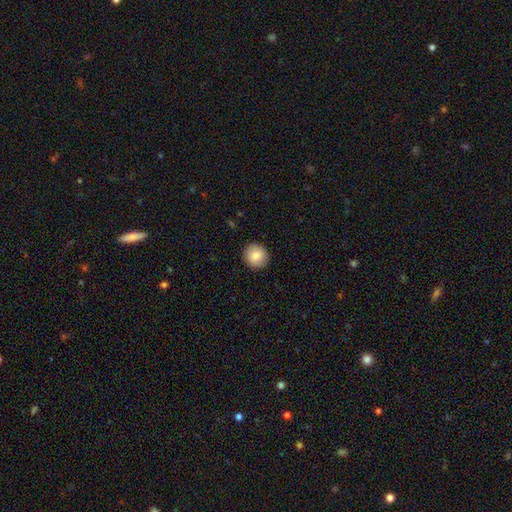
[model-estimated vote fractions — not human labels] This is clearly a smooth galaxy (82%). How rounded: clearly round (92%). Merging: clearly none (91%).